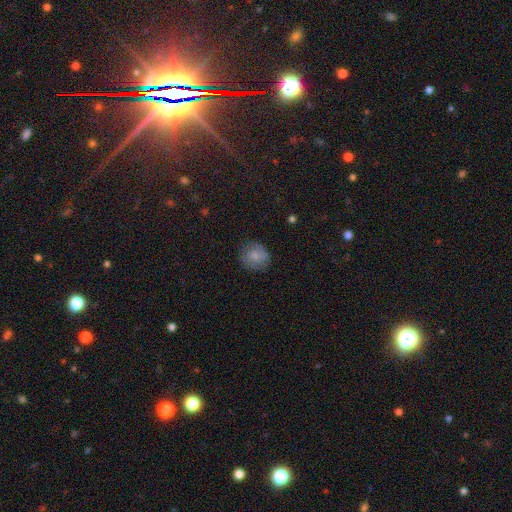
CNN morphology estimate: A smooth galaxy with no disk features (79%) that is round (84%).

Vote fractions:
- Smooth or featured? smooth: 79% / featured or disk: 13% / star or artifact: 8%
- How rounded? round: 84% / in between: 15% / cigar-shaped: 1%
- Merging? none: 79% / minor disturbance: 15% / major disturbance: 5% / merger: 1%